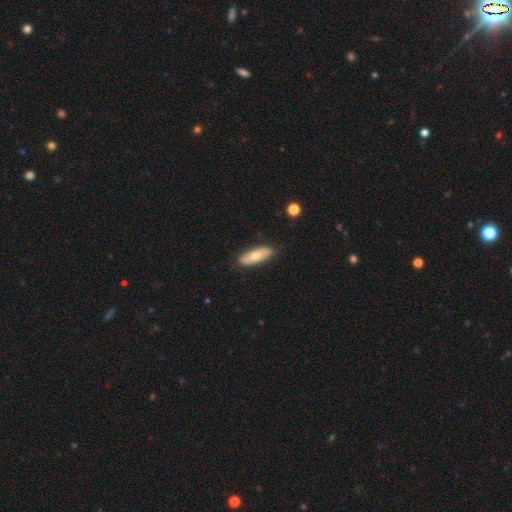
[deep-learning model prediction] Smooth or featured? Predicted: smooth (p=0.64). How rounded? Predicted: in between (p=0.64). Merging? Predicted: none (p=0.86).